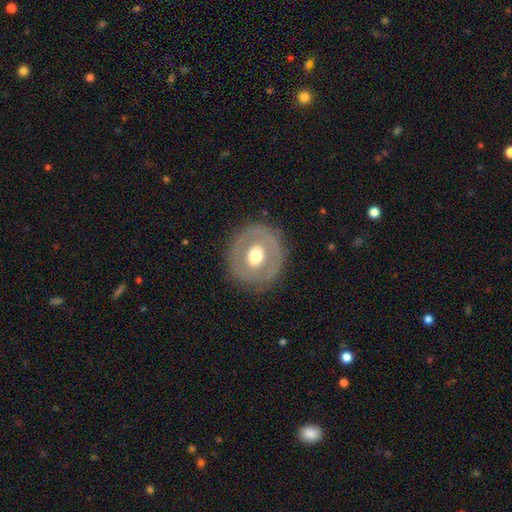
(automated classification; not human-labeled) featured or disk 50%, smooth 44%, star or artifact 6%. Down the decision tree: edge-on disk — no (94%); merging — none (81%).